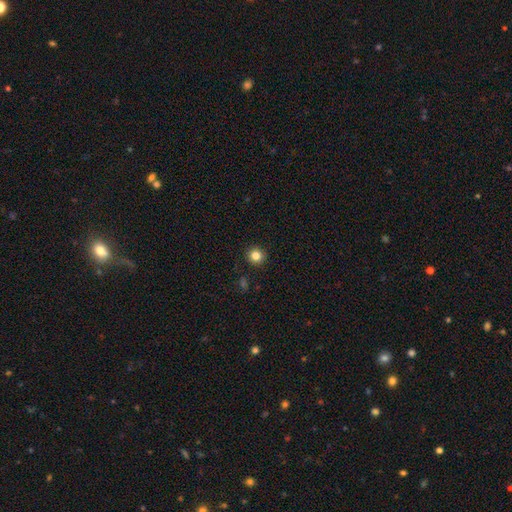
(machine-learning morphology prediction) A smooth galaxy with no disk features (83%) that is round (94%). Merging: none (93%).